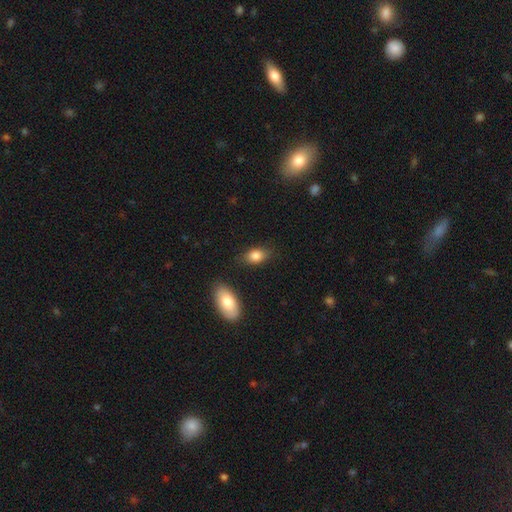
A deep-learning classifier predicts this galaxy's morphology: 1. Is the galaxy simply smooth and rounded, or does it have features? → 84% smooth, 8% featured or disk, 8% star or artifact.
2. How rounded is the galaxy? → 86% in between, 11% round, 3% cigar-shaped.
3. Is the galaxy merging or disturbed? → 79% none, 14% minor disturbance, 4% merger, 3% major disturbance.